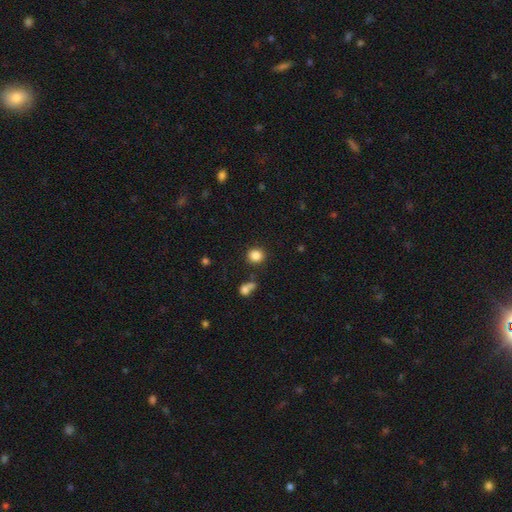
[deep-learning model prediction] smooth_or_featured: smooth (p=0.85) [alt: star or artifact p=0.10]
how_rounded: round (p=0.85) [alt: in between p=0.14]
merging: none (p=0.84) [alt: minor disturbance p=0.08]